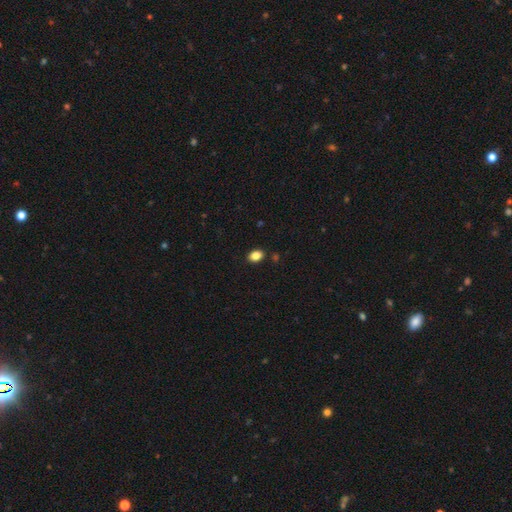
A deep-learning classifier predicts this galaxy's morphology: A smooth galaxy with no disk features (85%) that is in between round and cigar-shaped (74%).

Vote fractions:
- Smooth or featured? smooth: 85% / star or artifact: 10% / featured or disk: 5%
- How rounded? in between: 74% / round: 25% / cigar-shaped: 1%
- Merging? none: 87% / minor disturbance: 8% / merger: 2% / major disturbance: 2%